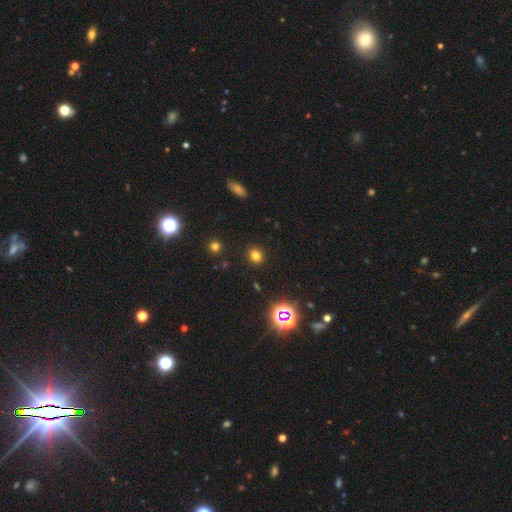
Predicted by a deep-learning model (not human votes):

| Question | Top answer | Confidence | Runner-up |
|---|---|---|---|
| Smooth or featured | smooth | 76% | star or artifact (18%) |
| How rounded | round | 73% | in between (26%) |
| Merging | none | 90% | minor disturbance (6%) |